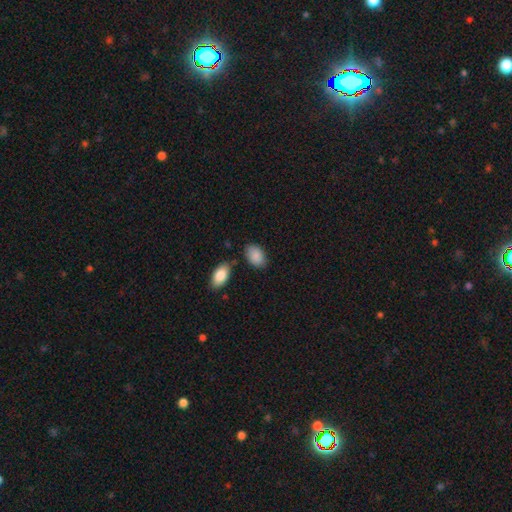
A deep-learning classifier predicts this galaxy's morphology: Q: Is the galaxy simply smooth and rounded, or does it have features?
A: smooth — 89%.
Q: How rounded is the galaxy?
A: in between — 90%.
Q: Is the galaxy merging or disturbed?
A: none — 75%.